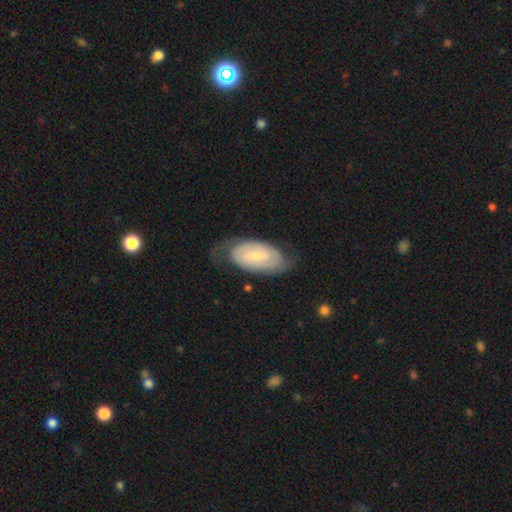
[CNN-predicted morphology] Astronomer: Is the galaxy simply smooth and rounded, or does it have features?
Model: featured or disk — 73%.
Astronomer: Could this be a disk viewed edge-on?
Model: no — 95%.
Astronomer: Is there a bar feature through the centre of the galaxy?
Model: no — 45% (runner-up: weak, 44%).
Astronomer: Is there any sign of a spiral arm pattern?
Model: yes — 90%.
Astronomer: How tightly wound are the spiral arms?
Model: tight — 59%.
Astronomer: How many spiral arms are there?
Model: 2 — 66%.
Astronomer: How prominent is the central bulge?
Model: small — 64%.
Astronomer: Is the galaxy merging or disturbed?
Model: none — 64%.